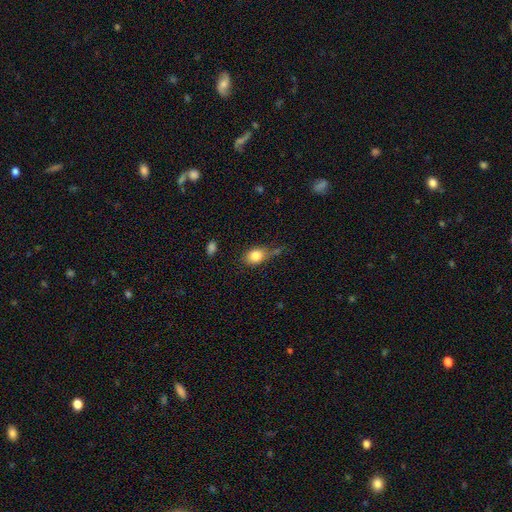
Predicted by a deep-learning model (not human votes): The model was most divided on "merging": none: 48%, minor disturbance: 31%, major disturbance: 13%, merger: 9%. More confident: smooth or featured — smooth (82%); how rounded — in between (63%).